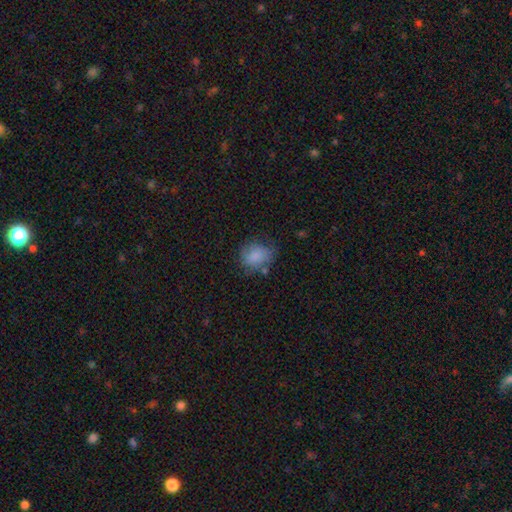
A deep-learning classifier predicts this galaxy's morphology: type=smooth (82%); roundness=round (54%); merging=none (60%).